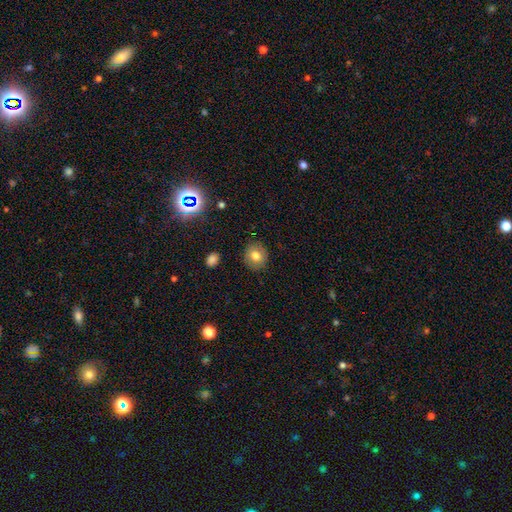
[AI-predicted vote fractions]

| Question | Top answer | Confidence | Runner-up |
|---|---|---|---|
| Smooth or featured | smooth | 77% | featured or disk (12%) |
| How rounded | round | 80% | in between (19%) |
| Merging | none | 89% | minor disturbance (8%) |